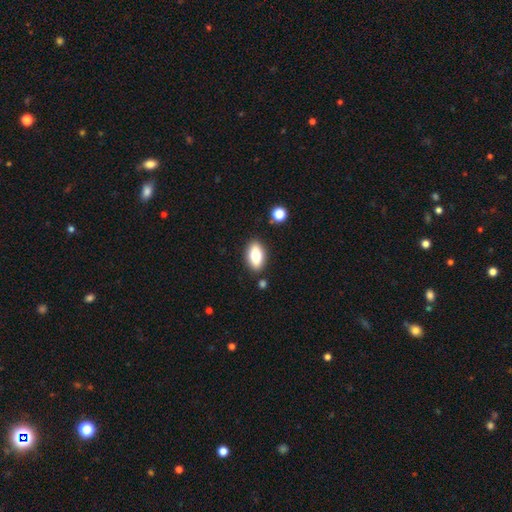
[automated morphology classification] Smooth or featured? Predicted: smooth (p=0.75). How rounded? Predicted: in between (p=0.88). Merging? Predicted: none (p=0.86).